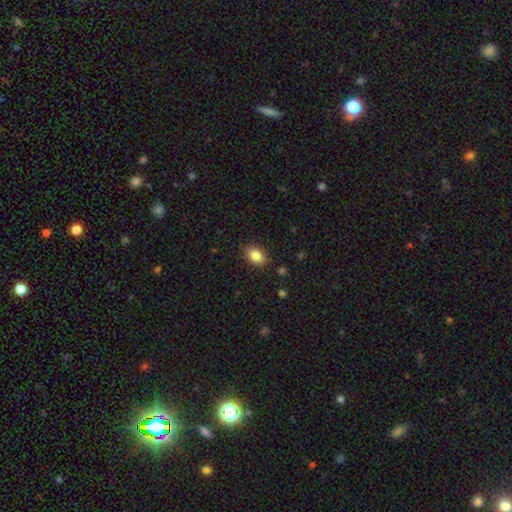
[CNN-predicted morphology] Q: Smooth or featured?
A: smooth (84%); runner-up: star or artifact (9%)
Q: How rounded?
A: in between (72%); runner-up: round (26%)
Q: Merging?
A: none (84%); runner-up: minor disturbance (12%)